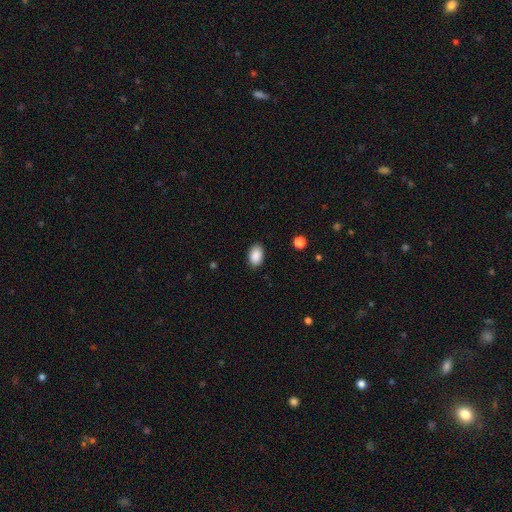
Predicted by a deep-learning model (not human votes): Smooth or featured: smooth — 89% (star or artifact — 8%)
How rounded: in between — 88% (round — 11%)
Merging: none — 87% (minor disturbance — 9%)